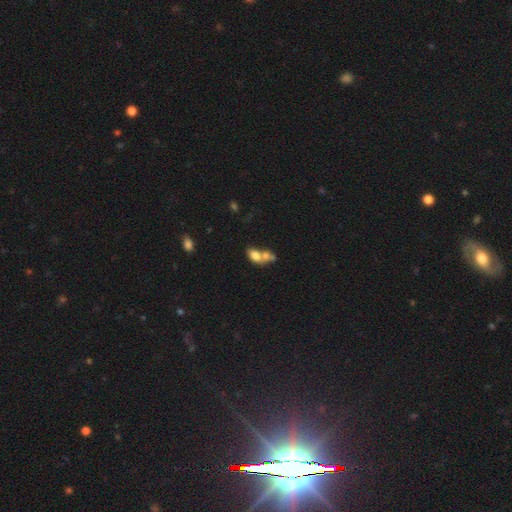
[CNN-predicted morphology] Smooth or featured? Predicted: smooth (p=0.71). How rounded? Predicted: in between (p=0.82). Merging? Predicted: merger (p=0.64).